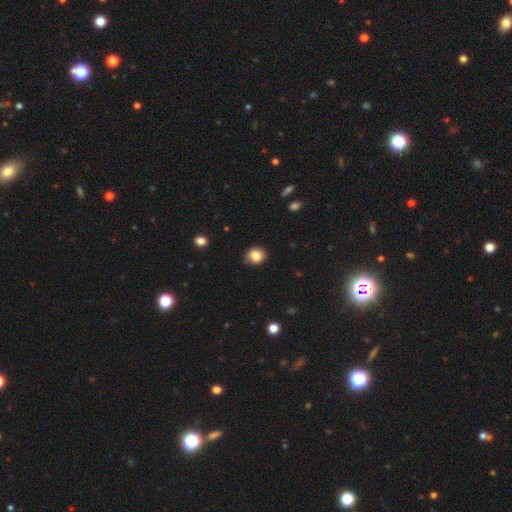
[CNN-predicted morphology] smooth_or_featured: smooth (p=0.83) [alt: star or artifact p=0.10]
how_rounded: round (p=0.74) [alt: in between p=0.25]
merging: none (p=0.78) [alt: minor disturbance p=0.17]